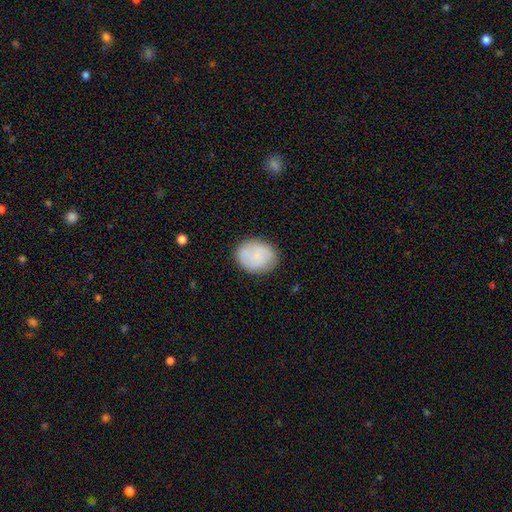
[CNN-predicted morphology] Smooth or featured?
  - smooth: 79% *
  - featured or disk: 14%
  - star or artifact: 7%
How rounded?
  - round: 57% *
  - in between: 42%
  - cigar-shaped: 1%
Merging?
  - none: 85% *
  - minor disturbance: 11%
  - major disturbance: 3%
  - merger: 1%